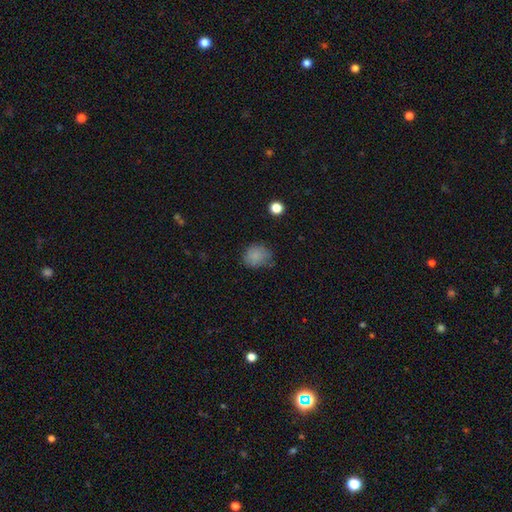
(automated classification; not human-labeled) Smooth or featured?
  - smooth: 81% *
  - star or artifact: 11%
  - featured or disk: 7%
How rounded?
  - round: 70% *
  - in between: 29%
  - cigar-shaped: 1%
Merging?
  - none: 61% *
  - minor disturbance: 29%
  - major disturbance: 8%
  - merger: 2%